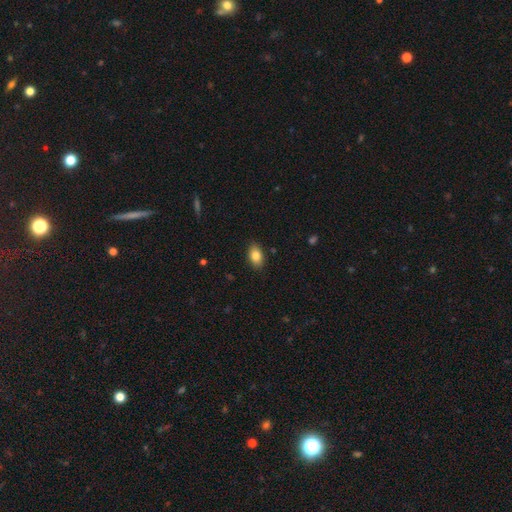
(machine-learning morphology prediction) A smooth galaxy with no disk features (84%) that is in between round and cigar-shaped (89%).

Vote fractions:
- Smooth or featured? smooth: 84% / star or artifact: 8% / featured or disk: 8%
- How rounded? in between: 89% / round: 10% / cigar-shaped: 2%
- Merging? none: 87% / minor disturbance: 10% / major disturbance: 2% / merger: 1%